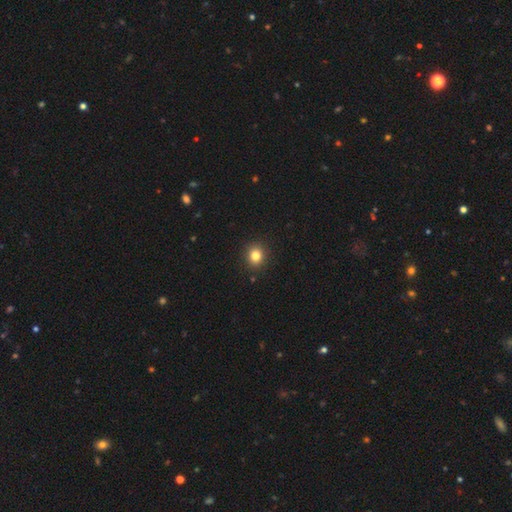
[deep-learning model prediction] Smooth or featured?
  - smooth: 81% *
  - star or artifact: 12%
  - featured or disk: 6%
How rounded?
  - round: 80% *
  - in between: 19%
  - cigar-shaped: 1%
Merging?
  - none: 91% *
  - minor disturbance: 6%
  - major disturbance: 2%
  - merger: 1%